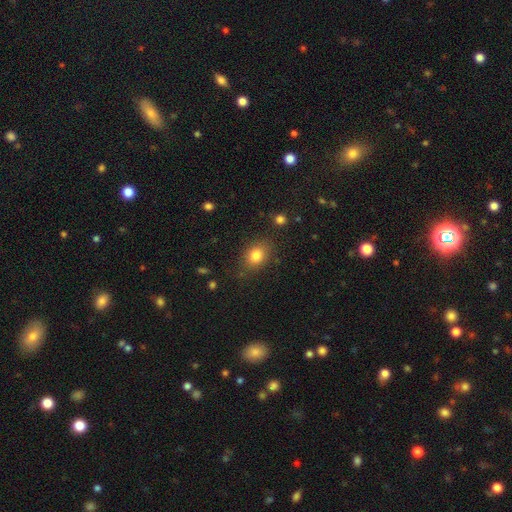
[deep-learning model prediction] Smooth or featured?
  - smooth: 81% *
  - star or artifact: 11%
  - featured or disk: 8%
How rounded?
  - in between: 58% *
  - round: 41%
  - cigar-shaped: 1%
Merging?
  - none: 80% *
  - minor disturbance: 14%
  - major disturbance: 4%
  - merger: 2%